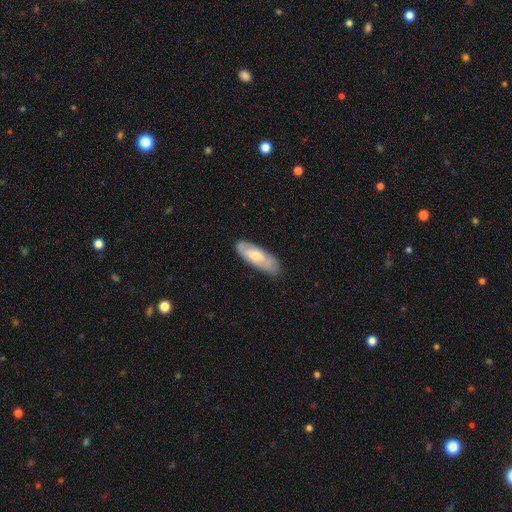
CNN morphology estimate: smooth_or_featured: smooth (p=0.56) [alt: featured or disk p=0.39]
how_rounded: in between (p=0.67) [alt: cigar-shaped p=0.31]
merging: none (p=0.77) [alt: minor disturbance p=0.18]